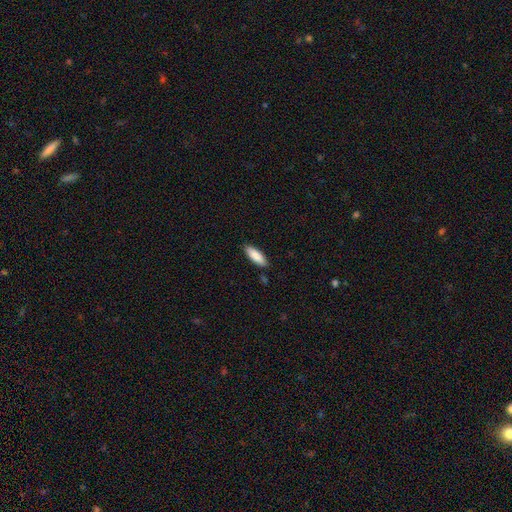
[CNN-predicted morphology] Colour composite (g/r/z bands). It shows a smooth galaxy with no disk features (86%) that is in between round and cigar-shaped (55%). Merging: none (87%).